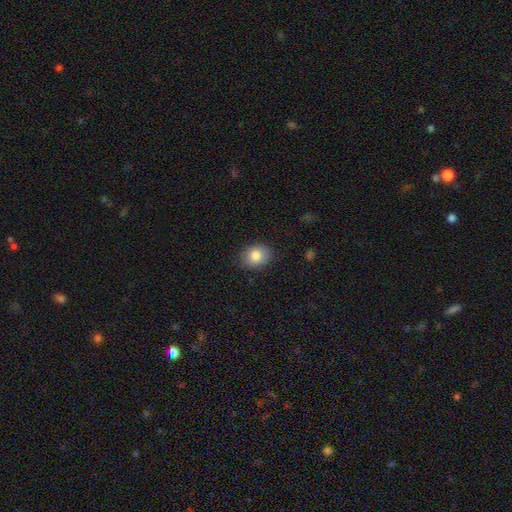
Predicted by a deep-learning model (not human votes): Smooth or featured? Predicted: smooth (p=0.84). How rounded? Predicted: in between (p=0.55). Merging? Predicted: none (p=0.85).